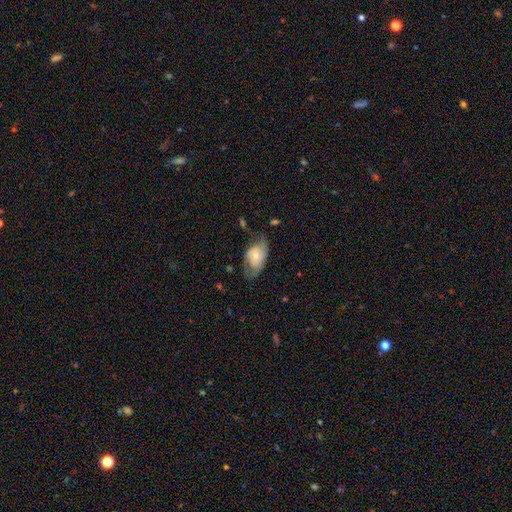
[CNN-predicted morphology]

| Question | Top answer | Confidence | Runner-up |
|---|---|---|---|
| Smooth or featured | featured or disk | 51% | smooth (42%) |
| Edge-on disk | no | 94% | yes (6%) |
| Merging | none | 43% | minor disturbance (31%) |